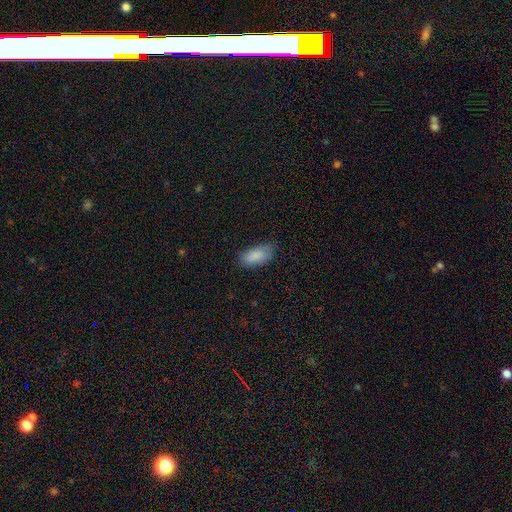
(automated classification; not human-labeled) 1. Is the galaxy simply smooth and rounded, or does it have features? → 88% smooth, 7% star or artifact, 5% featured or disk.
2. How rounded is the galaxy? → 90% in between, 8% cigar-shaped, 2% round.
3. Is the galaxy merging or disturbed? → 74% none, 20% minor disturbance, 4% major disturbance, 1% merger.